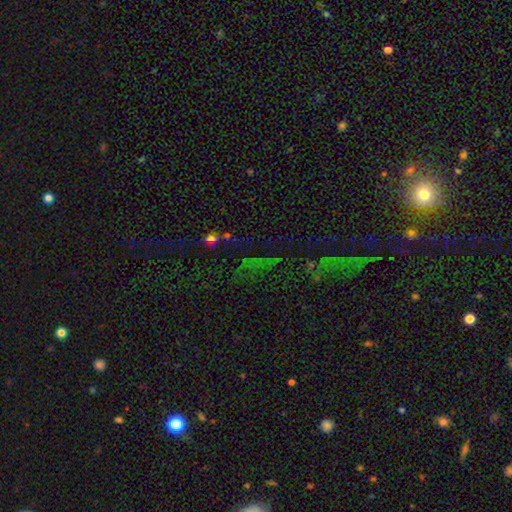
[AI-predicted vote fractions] The model was most divided on "smooth or featured": star or artifact: 70%, smooth: 19%, featured or disk: 11%.